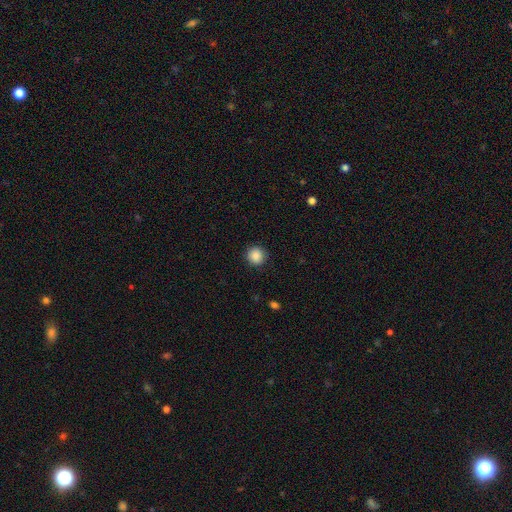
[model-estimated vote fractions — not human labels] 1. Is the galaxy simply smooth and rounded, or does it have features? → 88% smooth, 9% star or artifact, 3% featured or disk.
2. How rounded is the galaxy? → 92% round, 7% in between, 1% cigar-shaped.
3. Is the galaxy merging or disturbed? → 90% none, 7% minor disturbance, 2% major disturbance, 1% merger.